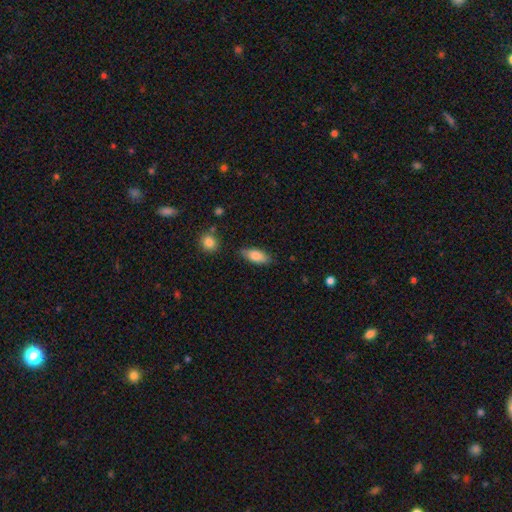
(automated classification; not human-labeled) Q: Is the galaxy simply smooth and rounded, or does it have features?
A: smooth — 82%.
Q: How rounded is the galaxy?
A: in between — 83%.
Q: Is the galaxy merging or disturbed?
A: none — 77%.